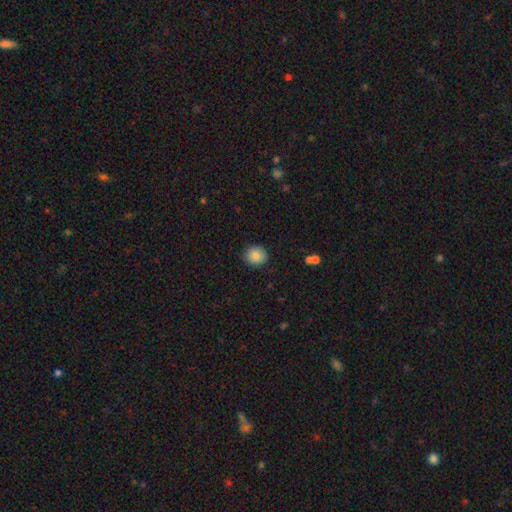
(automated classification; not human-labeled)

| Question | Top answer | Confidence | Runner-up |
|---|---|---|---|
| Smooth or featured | smooth | 86% | star or artifact (8%) |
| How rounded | round | 82% | in between (17%) |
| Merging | none | 89% | minor disturbance (8%) |